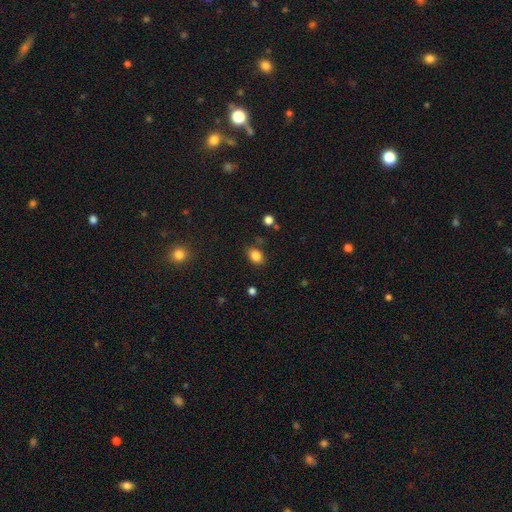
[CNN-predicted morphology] A smooth galaxy with no disk features (84%) that is in between round and cigar-shaped (72%). Merging: none (80%).